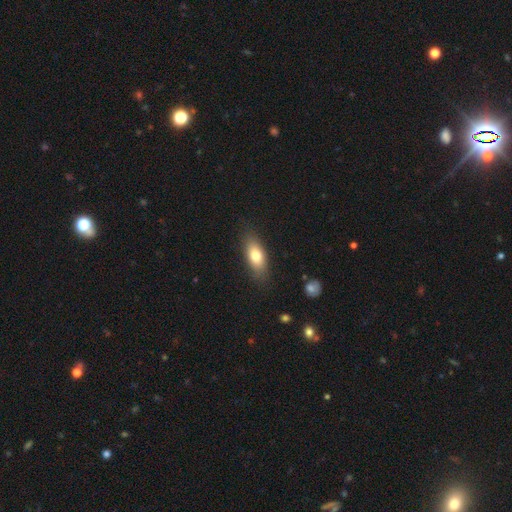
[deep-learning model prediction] Overall: smooth (75%). How rounded: in between (81%). Merging: none (80%).